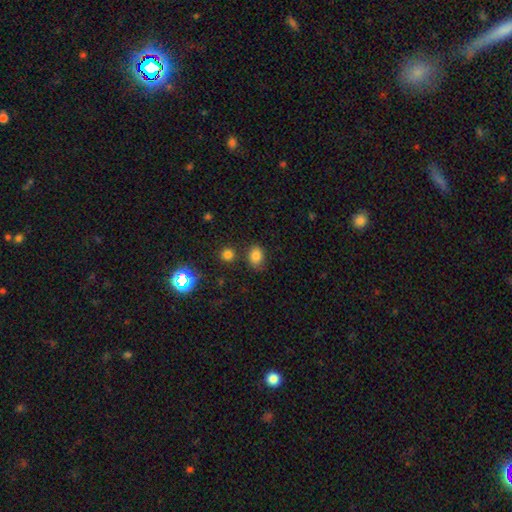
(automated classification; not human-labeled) Smooth or featured?
  - smooth: 81% *
  - star or artifact: 14%
  - featured or disk: 6%
How rounded?
  - in between: 63% *
  - round: 36%
  - cigar-shaped: 1%
Merging?
  - none: 74% *
  - minor disturbance: 15%
  - merger: 7%
  - major disturbance: 4%